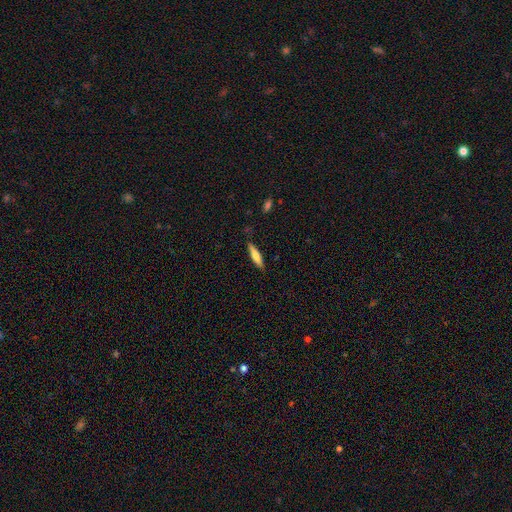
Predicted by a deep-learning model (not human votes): A smooth galaxy with no disk features (65%) that is cigar-shaped (80%). Merging: none (85%).